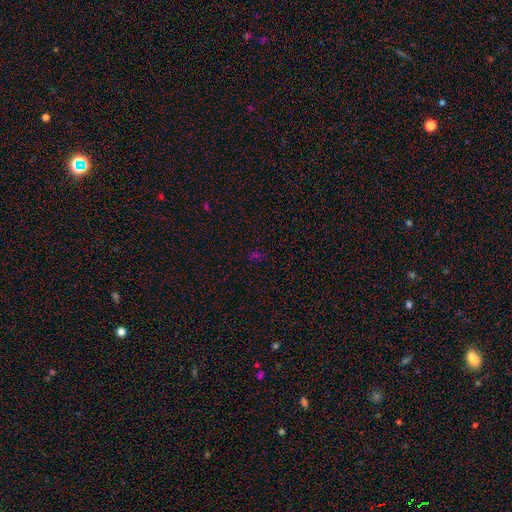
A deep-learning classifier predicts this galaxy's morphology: A star or artifact, not a galaxy (51%).